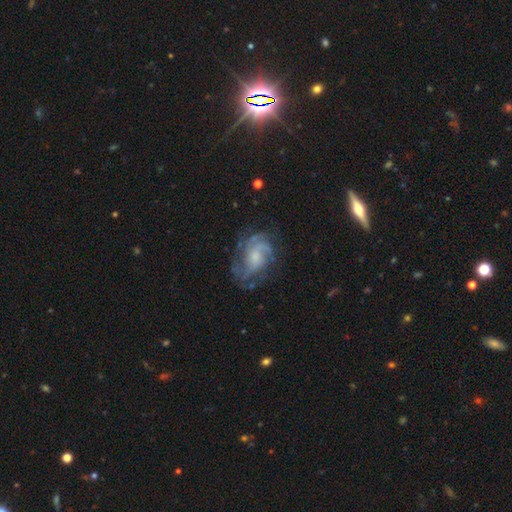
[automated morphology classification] This is likely a featured or disk galaxy (80%). It is clearly not viewed edge-on (97%). Bar: likely no (65%). Spiral arm pattern: clearly yes (92%). Spiral arm count: marginally can't tell (29%). Spiral winding: marginally medium (44%). Central bulge: possibly small (50%). Merging: likely none (65%).